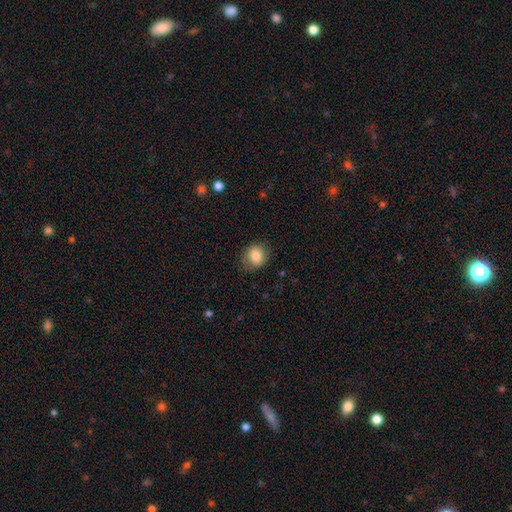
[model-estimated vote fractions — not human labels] The model was most divided on "how rounded": round: 75%, in between: 24%, cigar-shaped: 1%. More confident: smooth or featured — smooth (84%); merging — none (78%).